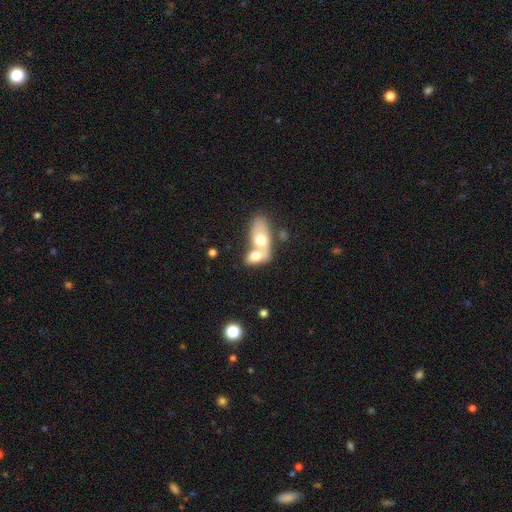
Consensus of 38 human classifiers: Smooth or featured?
  - smooth: 71% *
  - featured or disk: 26%
  - star or artifact: 3%
How rounded?
  - in between: 81% *
  - round: 15%
  - cigar-shaped: 4%
Merging?
  - merger: 86% *
  - major disturbance: 8%
  - none: 3%
  - minor disturbance: 3%